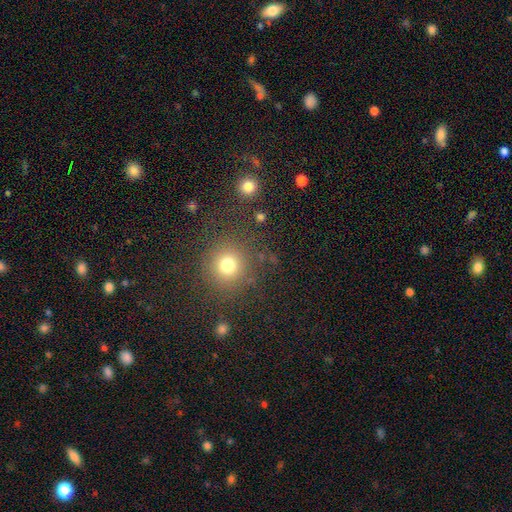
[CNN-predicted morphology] Smooth or featured: smooth — 62% (star or artifact — 31%)
How rounded: round — 94% (in between — 5%)
Merging: none — 86% (minor disturbance — 7%)